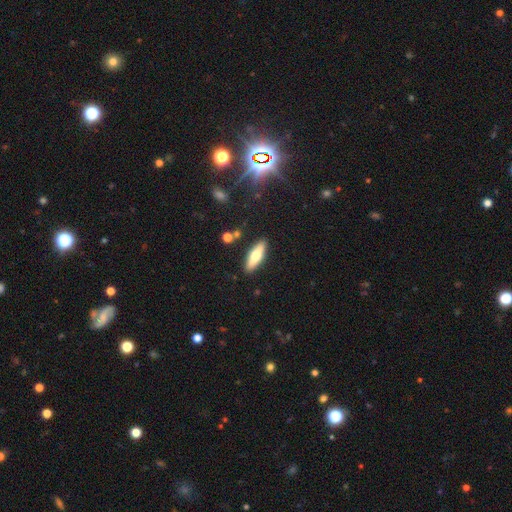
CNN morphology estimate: A smooth galaxy with no disk features (60%) that is cigar-shaped (55%).

Vote fractions:
- Smooth or featured? smooth: 60% / featured or disk: 34% / star or artifact: 6%
- How rounded? cigar-shaped: 55% / in between: 42% / round: 2%
- Merging? none: 88% / minor disturbance: 8% / merger: 2% / major disturbance: 2%